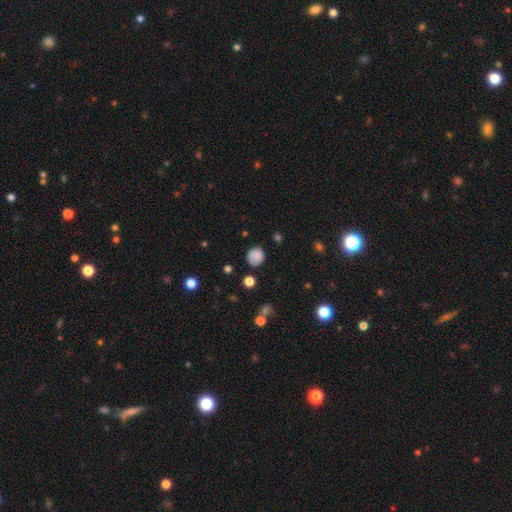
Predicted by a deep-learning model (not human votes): Overall: smooth (84%). How rounded: round (82%). Merging: none (78%).